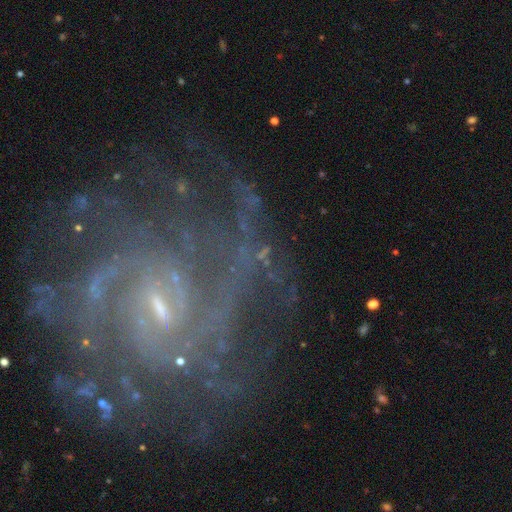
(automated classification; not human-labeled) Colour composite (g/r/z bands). It shows a featured or disk galaxy (86%) with a weak bar (51%), 2 (26%) tight (51%) spiral arms (96%) and a small central bulge (65%). Merging: none (64%).